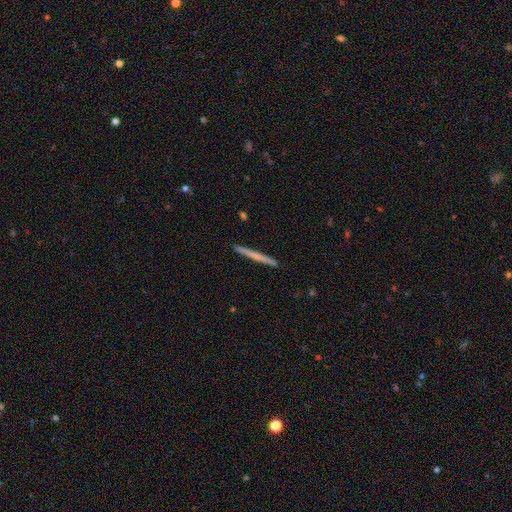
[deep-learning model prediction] Smooth or featured?
  - smooth: 50% *
  - featured or disk: 45%
  - star or artifact: 5%
Merging?
  - none: 93% *
  - minor disturbance: 5%
  - merger: 1%
  - major disturbance: 1%